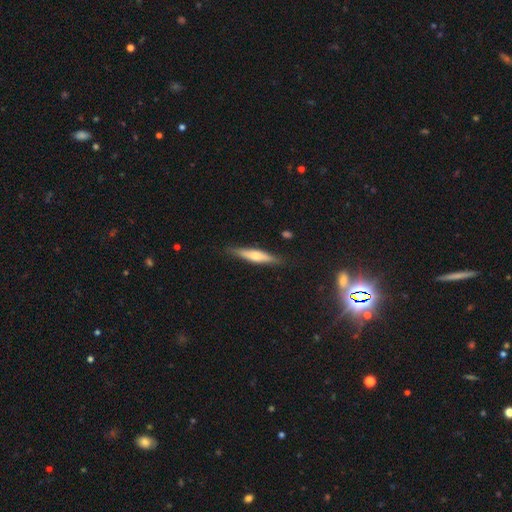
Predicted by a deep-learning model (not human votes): Smooth or featured?
  - smooth: 47% * (tied)
  - featured or disk: 47% * (tied)
  - star or artifact: 6%
Merging?
  - none: 84% *
  - minor disturbance: 12%
  - major disturbance: 3%
  - merger: 1%